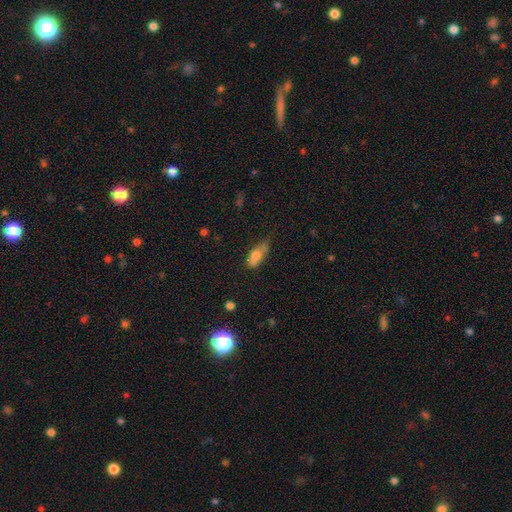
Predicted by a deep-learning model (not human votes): Morphology: type=smooth (72%); roundness=in between (76%); merging=none (42%).